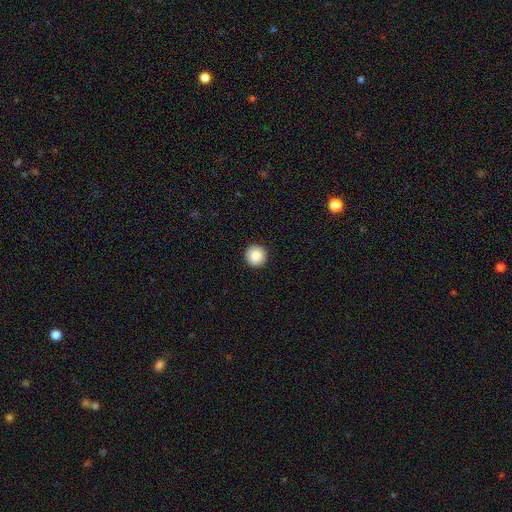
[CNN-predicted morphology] This is clearly a smooth galaxy (86%). How rounded: clearly round (96%). Merging: clearly none (93%).